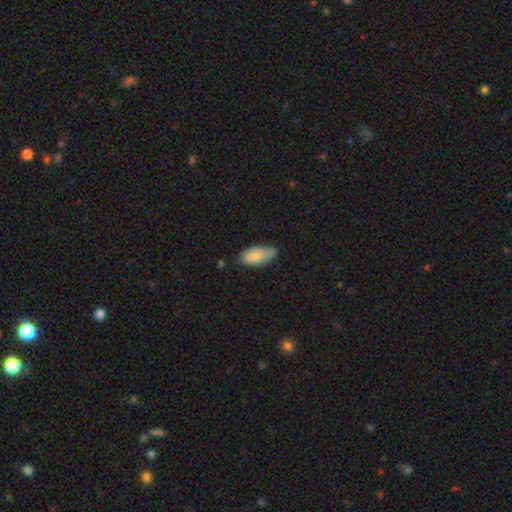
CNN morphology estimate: Q: Smooth or featured?
A: smooth (80%); runner-up: featured or disk (13%)
Q: How rounded?
A: in between (90%); runner-up: cigar-shaped (8%)
Q: Merging?
A: none (58%); runner-up: minor disturbance (34%)